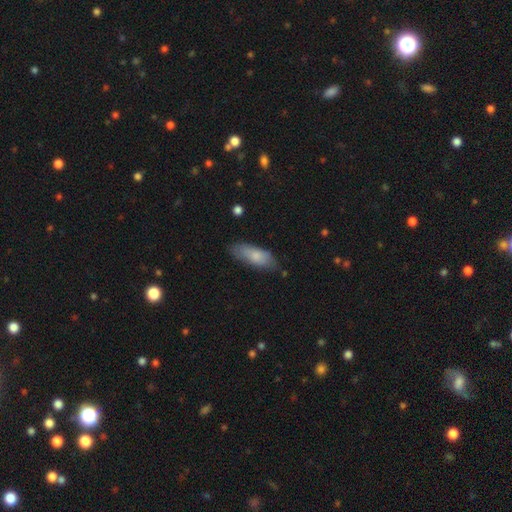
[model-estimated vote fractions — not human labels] The model was most divided on "how rounded": in between: 67%, cigar-shaped: 31%, round: 2%. More confident: smooth or featured — smooth (77%); merging — none (67%).